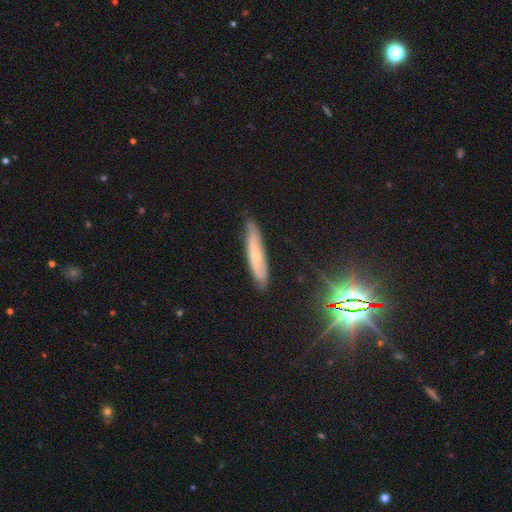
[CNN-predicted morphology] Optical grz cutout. It shows a featured or disk galaxy (50%). Merging: none (78%).